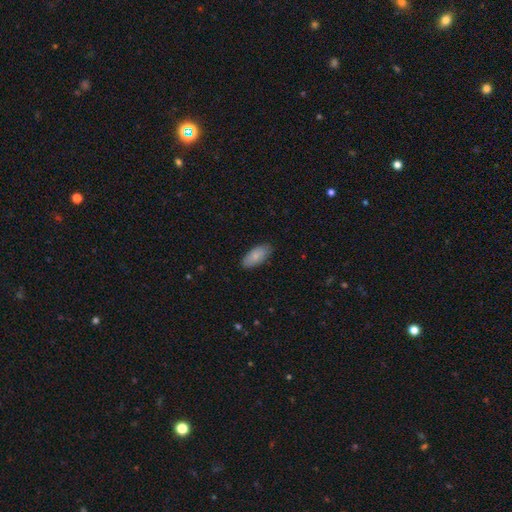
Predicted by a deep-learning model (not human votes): The model was most divided on "smooth or featured": smooth: 81%, featured or disk: 13%, star or artifact: 6%. More confident: how rounded — in between (90%); merging — none (83%).